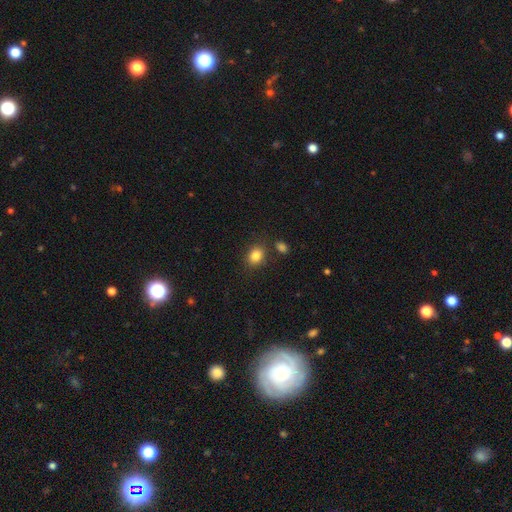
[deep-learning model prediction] The model was most divided on "how rounded": in between: 54%, round: 45%, cigar-shaped: 1%. More confident: smooth or featured — smooth (83%); merging — none (79%).